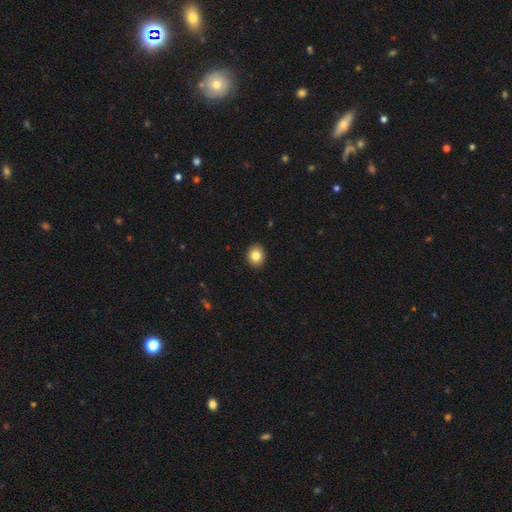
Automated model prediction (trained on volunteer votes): This is clearly a smooth galaxy (82%). How rounded: likely round (73%). Merging: clearly none (92%).